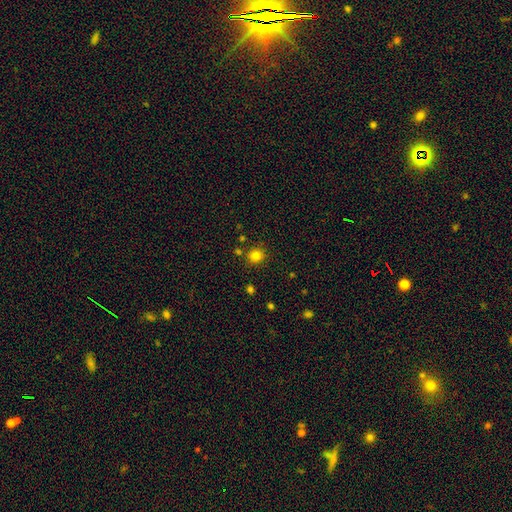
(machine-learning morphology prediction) smooth-or-featured: smooth: 81% | star or artifact: 14% | featured or disk: 5%
  how-rounded: round: 89% | in between: 10% | cigar-shaped: 1%
  merging: none: 84% | minor disturbance: 8% | merger: 5% | major disturbance: 3%